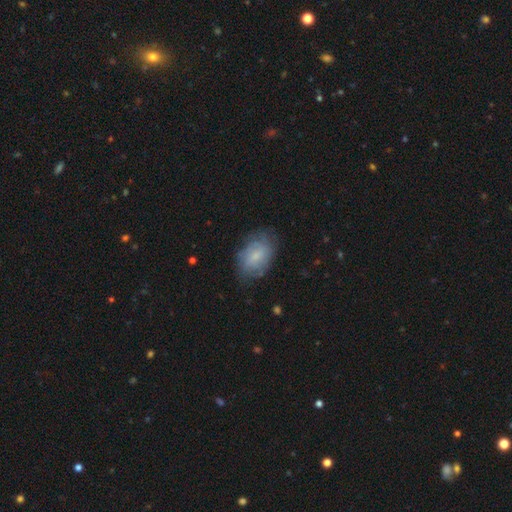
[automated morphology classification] Smooth or featured?
  - smooth: 54% *
  - featured or disk: 38%
  - star or artifact: 8%
How rounded?
  - in between: 86% *
  - round: 12%
  - cigar-shaped: 1%
Merging?
  - none: 71% *
  - minor disturbance: 20%
  - major disturbance: 7%
  - merger: 1%